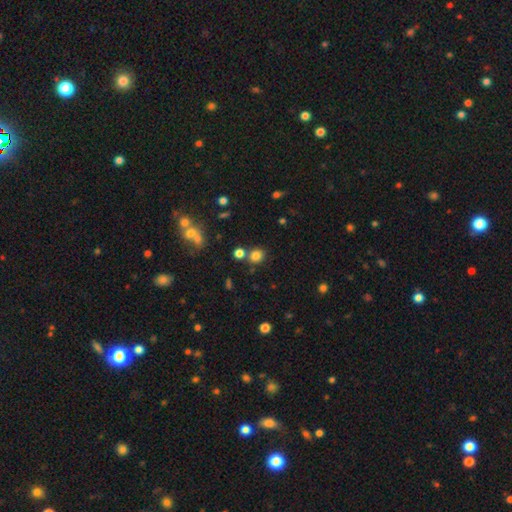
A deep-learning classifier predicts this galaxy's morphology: Smooth or featured?
  - smooth: 79% *
  - star or artifact: 15%
  - featured or disk: 6%
How rounded?
  - round: 77% *
  - in between: 22%
  - cigar-shaped: 1%
Merging?
  - none: 74% *
  - merger: 13%
  - minor disturbance: 9%
  - major disturbance: 3%